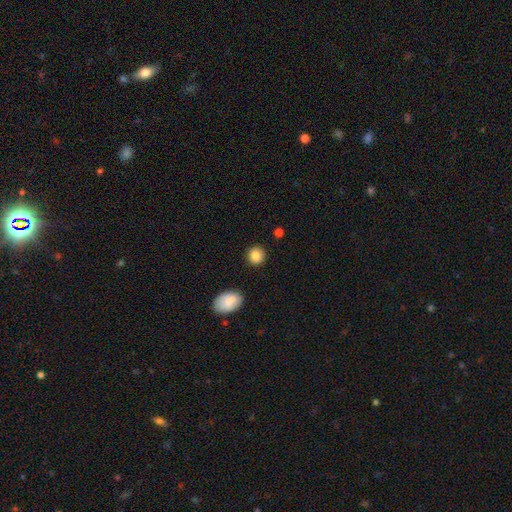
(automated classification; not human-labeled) Q: Smooth or featured?
A: smooth (87%); runner-up: star or artifact (9%)
Q: How rounded?
A: round (83%); runner-up: in between (16%)
Q: Merging?
A: none (88%); runner-up: minor disturbance (8%)